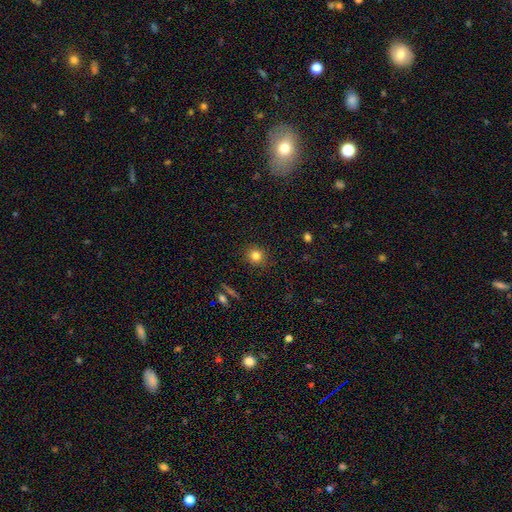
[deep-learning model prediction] This is clearly a smooth galaxy (81%). How rounded: clearly round (90%). Merging: clearly none (90%).